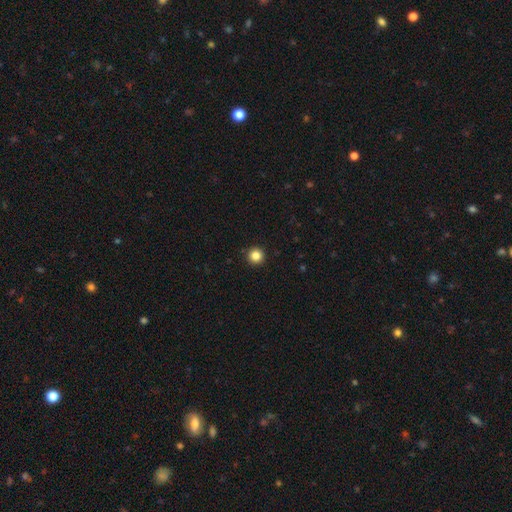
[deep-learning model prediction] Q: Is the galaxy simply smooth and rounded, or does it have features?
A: smooth — 84%.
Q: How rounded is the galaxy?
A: round — 96%.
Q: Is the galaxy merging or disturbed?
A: none — 93%.